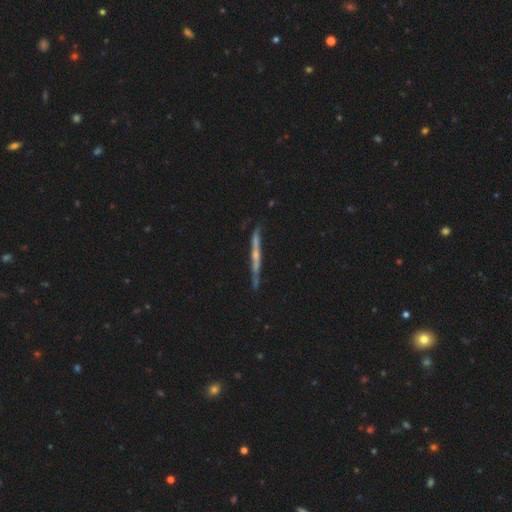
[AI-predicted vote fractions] Smooth or featured? Predicted: featured or disk (p=0.71). Edge-on disk? Predicted: yes (p=0.95). Edge-on bulge? Predicted: none (p=0.47). Merging? Predicted: none (p=0.79).